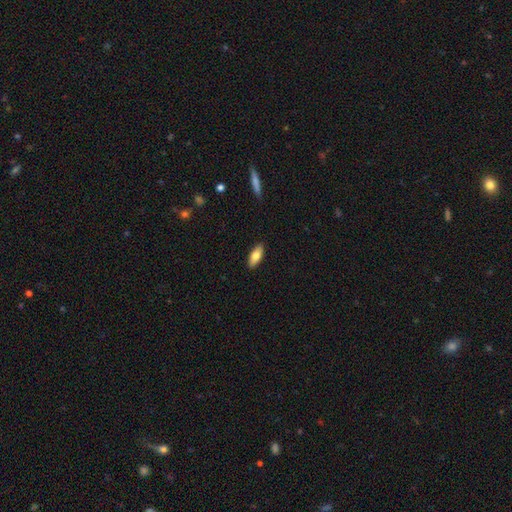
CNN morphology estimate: A smooth galaxy with no disk features (76%) that is in between round and cigar-shaped (79%).

Vote fractions:
- Smooth or featured? smooth: 76% / featured or disk: 18% / star or artifact: 6%
- How rounded? in between: 79% / cigar-shaped: 19% / round: 2%
- Merging? none: 90% / minor disturbance: 8% / major disturbance: 2% / merger: 1%